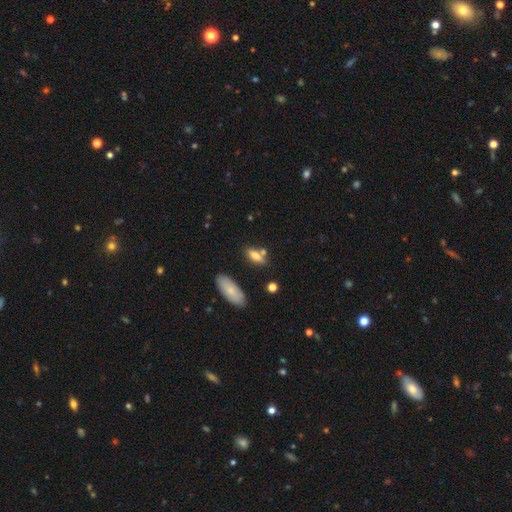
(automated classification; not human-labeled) smooth-or-featured: smooth: 71% | featured or disk: 19% | star or artifact: 10%
  how-rounded: in between: 70% | cigar-shaped: 23% | round: 7%
  merging: none: 61% | merger: 20% | minor disturbance: 14% | major disturbance: 5%